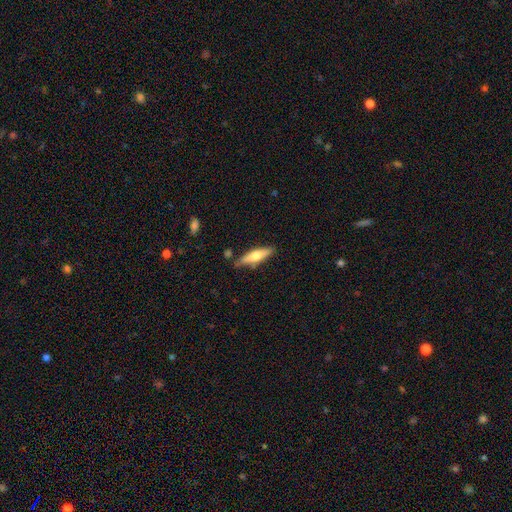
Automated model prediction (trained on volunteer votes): Smooth or featured? Predicted: smooth (p=0.54). How rounded? Predicted: cigar-shaped (p=0.68). Merging? Predicted: none (p=0.77).